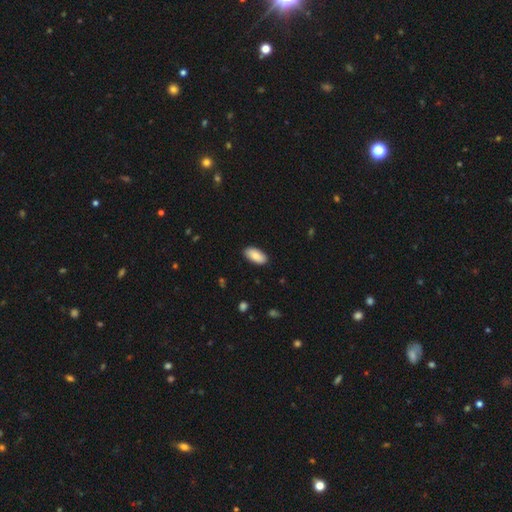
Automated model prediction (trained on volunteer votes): Smooth or featured: smooth — 86% (featured or disk — 8%)
How rounded: in between — 93% (cigar-shaped — 5%)
Merging: none — 89% (minor disturbance — 9%)